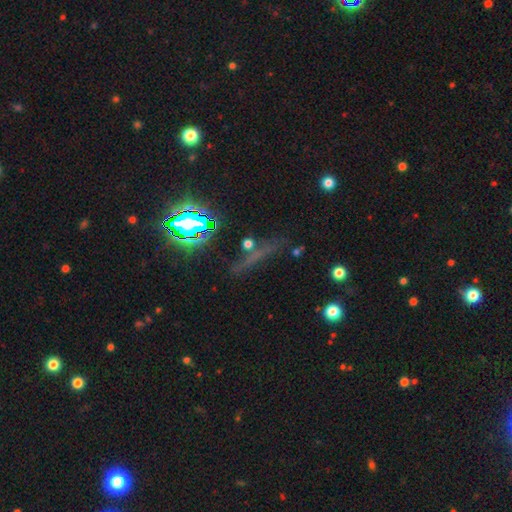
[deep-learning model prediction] Smooth or featured? star or artifact (52%)